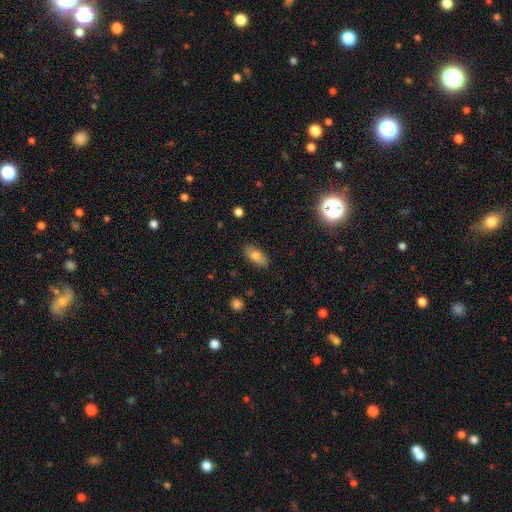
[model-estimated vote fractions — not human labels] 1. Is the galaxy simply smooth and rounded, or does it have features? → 79% smooth, 13% featured or disk, 8% star or artifact.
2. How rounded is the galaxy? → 87% in between, 10% cigar-shaped, 3% round.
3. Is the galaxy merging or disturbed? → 86% none, 10% minor disturbance, 2% major disturbance, 1% merger.